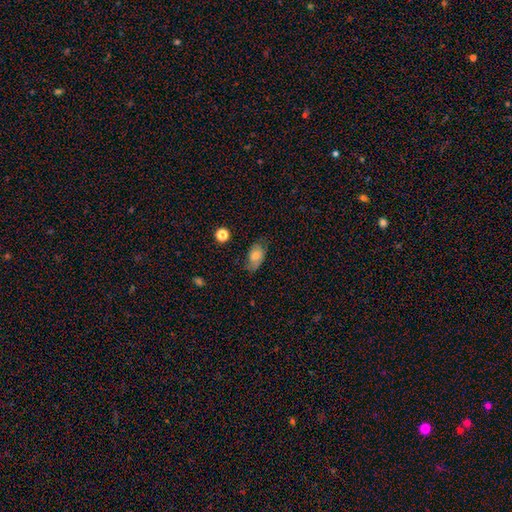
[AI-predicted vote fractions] This appears to be a smooth galaxy with no disk features (72%) that is in between round and cigar-shaped (90%). Merging: none (59%).